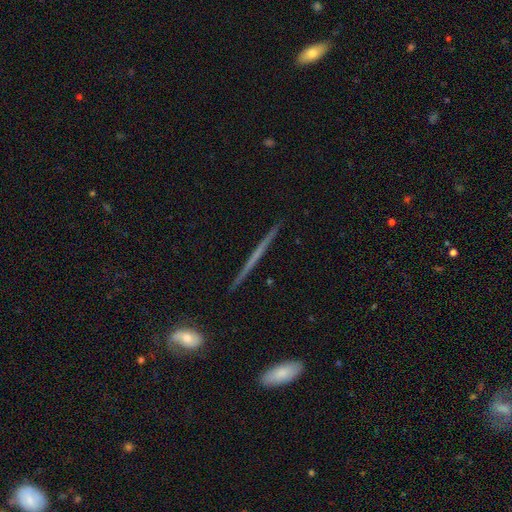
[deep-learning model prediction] Smooth or featured?
  - featured or disk: 66% *
  - smooth: 26%
  - star or artifact: 9%
Edge-on disk?
  - yes: 97% *
  - no: 3%
Edge-on bulge?
  - none: 85% *
  - rounded: 10%
  - boxy: 5%
Merging?
  - none: 91% *
  - minor disturbance: 6%
  - major disturbance: 1%
  - merger: 1%